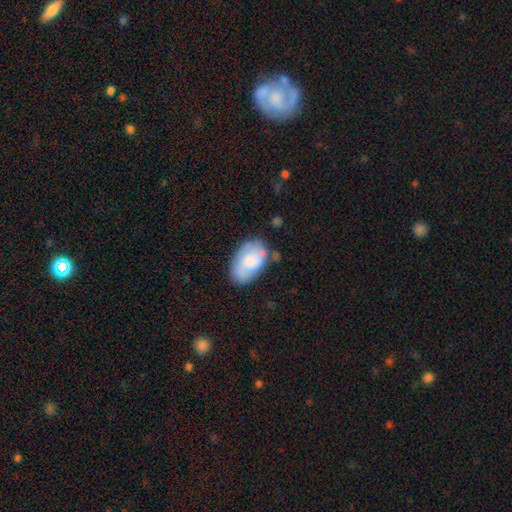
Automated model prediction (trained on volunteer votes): Smooth or featured: smooth — 63% (featured or disk — 30%)
How rounded: in between — 92% (round — 7%)
Merging: none — 61% (minor disturbance — 24%)